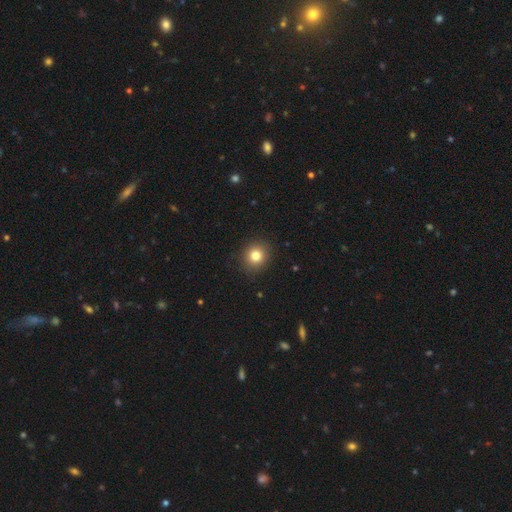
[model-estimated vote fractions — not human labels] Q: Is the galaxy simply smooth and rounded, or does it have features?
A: smooth — 81%.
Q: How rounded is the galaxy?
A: round — 85%.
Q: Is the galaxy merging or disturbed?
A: none — 90%.